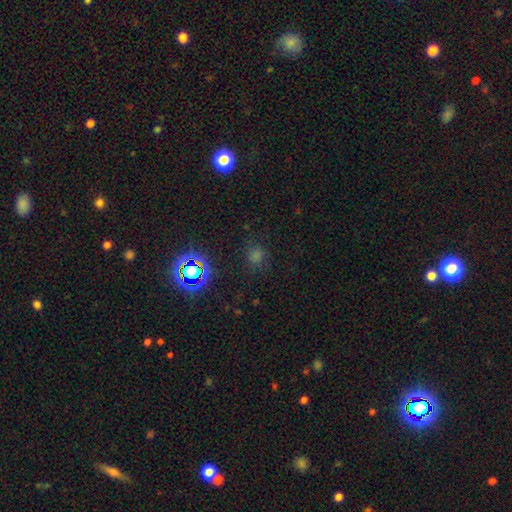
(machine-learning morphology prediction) This appears to be a smooth galaxy with no disk features (49%). Merging: none (81%).